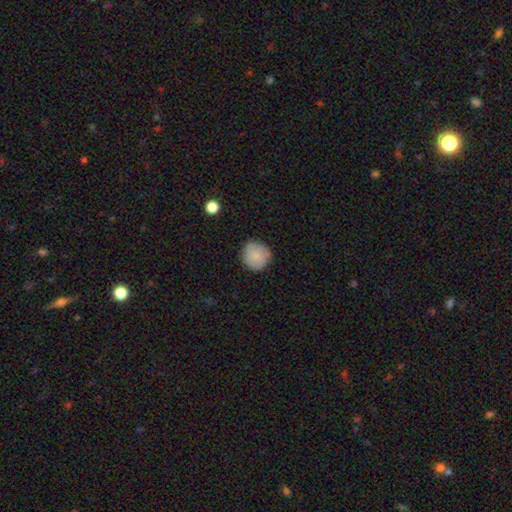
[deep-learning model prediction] A smooth galaxy with no disk features (83%) that is round (92%).

Vote fractions:
- Smooth or featured? smooth: 83% / featured or disk: 9% / star or artifact: 7%
- How rounded? round: 92% / in between: 7% / cigar-shaped: 1%
- Merging? none: 80% / minor disturbance: 16% / major disturbance: 3% / merger: 1%